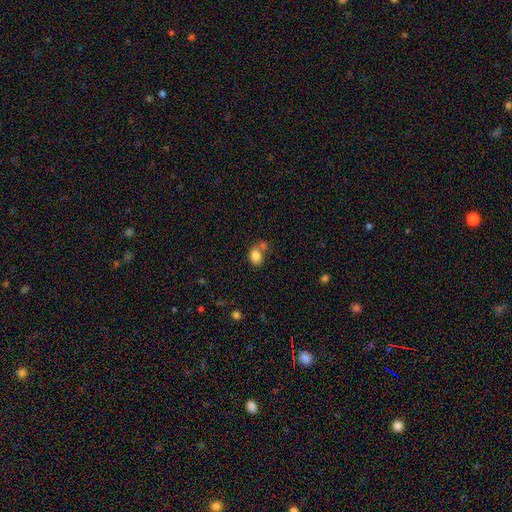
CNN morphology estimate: A smooth galaxy with no disk features (83%) that is in between round and cigar-shaped (74%). Merging: none (51%).